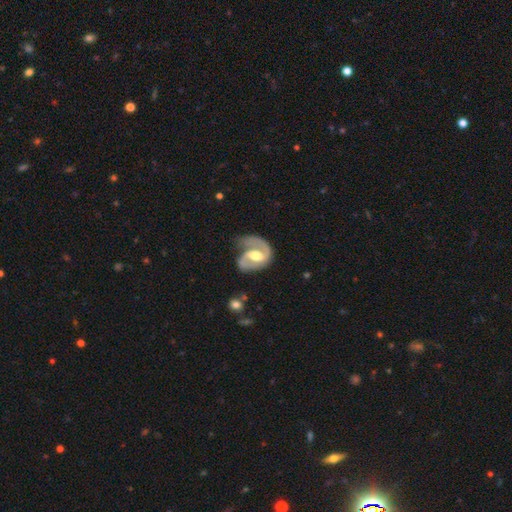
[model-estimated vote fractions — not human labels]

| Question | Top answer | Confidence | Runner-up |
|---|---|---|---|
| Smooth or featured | featured or disk | 87% | smooth (9%) |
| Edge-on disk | no | 98% | yes (2%) |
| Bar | weak | 48% | strong (29%) |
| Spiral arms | yes | 95% | no (5%) |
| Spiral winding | medium | 53% | tight (25%) |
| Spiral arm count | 2 | 78% | 1 (16%) |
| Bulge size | moderate | 70% | small (15%) |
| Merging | none | 52% | minor disturbance (25%) |